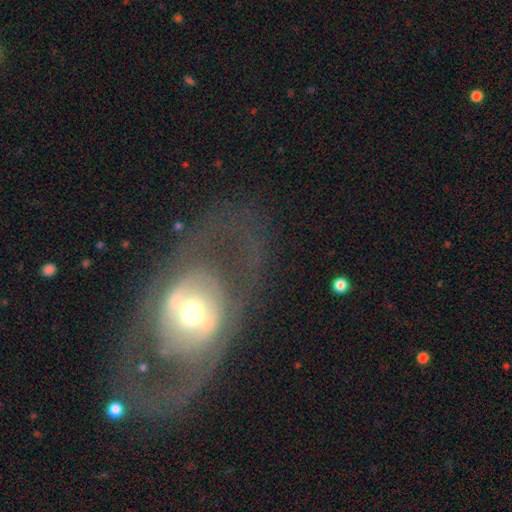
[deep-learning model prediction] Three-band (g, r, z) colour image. It shows a featured or disk galaxy (72%) with no bar (53%), no spiral arms (52%) and a moderate central bulge (59%). Merging: none (73%).